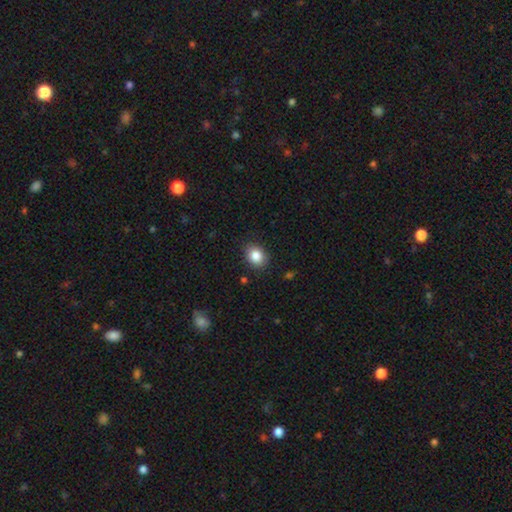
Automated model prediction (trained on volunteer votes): A smooth galaxy with no disk features (86%) that is round (54%).

Vote fractions:
- Smooth or featured? smooth: 86% / star or artifact: 9% / featured or disk: 6%
- How rounded? round: 54% / in between: 45% / cigar-shaped: 1%
- Merging? none: 85% / minor disturbance: 11% / major disturbance: 3% / merger: 1%